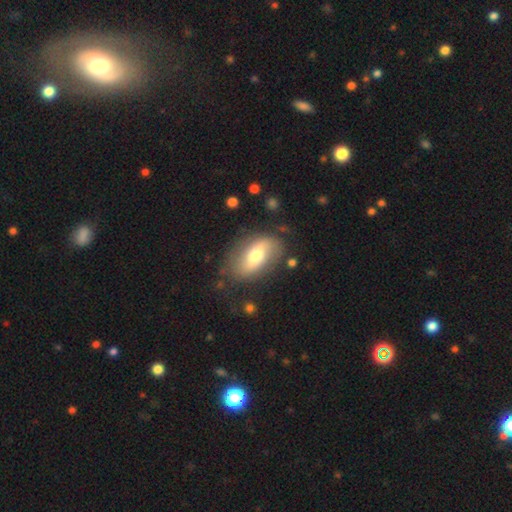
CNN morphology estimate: smooth-or-featured: featured or disk: 50% | smooth: 43% | star or artifact: 7%
  disk-edge-on: no: 89% | yes: 11%
  merging: none: 73% | minor disturbance: 17% | major disturbance: 7% | merger: 2%